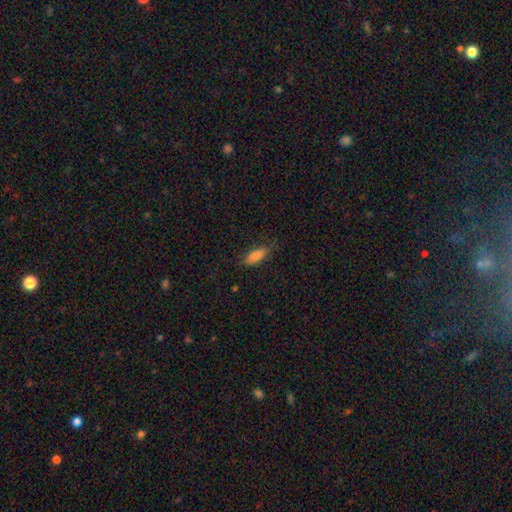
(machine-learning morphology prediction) smooth 84%, featured or disk 9%, star or artifact 7%. Down the decision tree: how rounded — in between (65%); merging — none (76%).